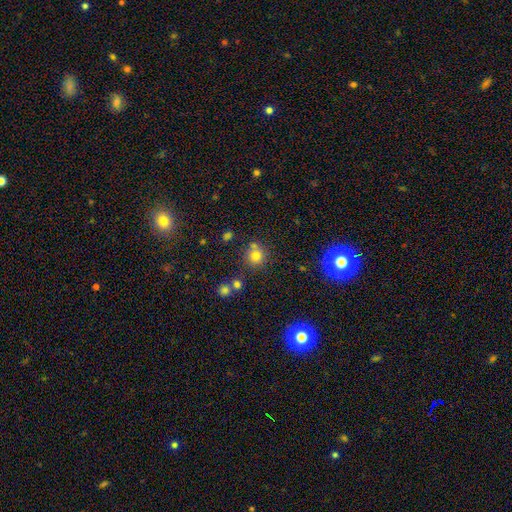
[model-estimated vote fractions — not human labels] A smooth galaxy with no disk features (75%) that is round (90%). Merging: none (70%).